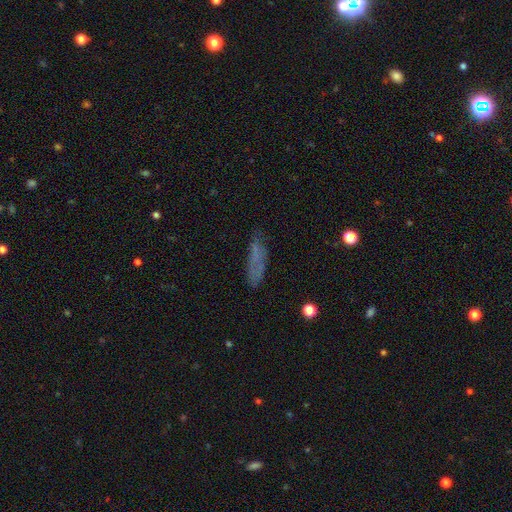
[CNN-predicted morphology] Smooth or featured?
  - smooth: 59% *
  - featured or disk: 28%
  - star or artifact: 14%
How rounded?
  - cigar-shaped: 66% *
  - in between: 31%
  - round: 3%
Merging?
  - none: 65% *
  - minor disturbance: 22%
  - major disturbance: 10%
  - merger: 3%